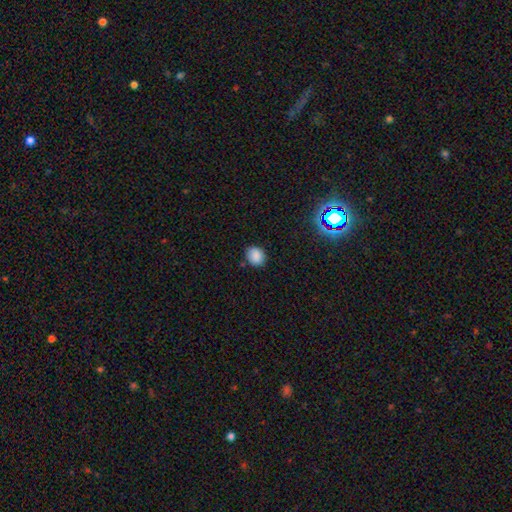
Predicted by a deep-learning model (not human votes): Morphology: type=smooth (85%); roundness=round (64%); merging=none (82%).